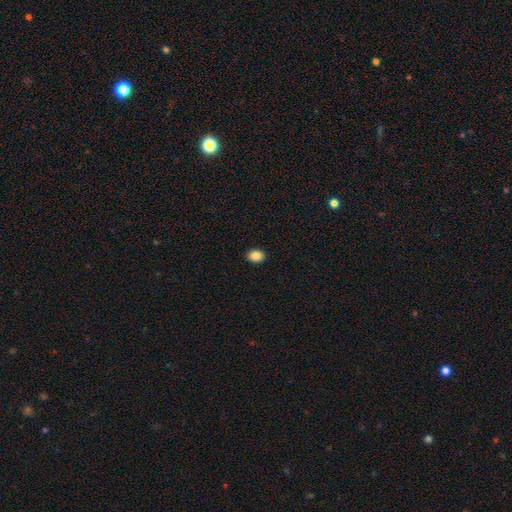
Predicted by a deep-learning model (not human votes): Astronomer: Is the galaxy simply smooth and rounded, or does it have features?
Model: smooth — 86%.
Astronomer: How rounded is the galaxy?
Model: in between — 59% (runner-up: round, 40%).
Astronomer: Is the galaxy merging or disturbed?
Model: none — 92%.